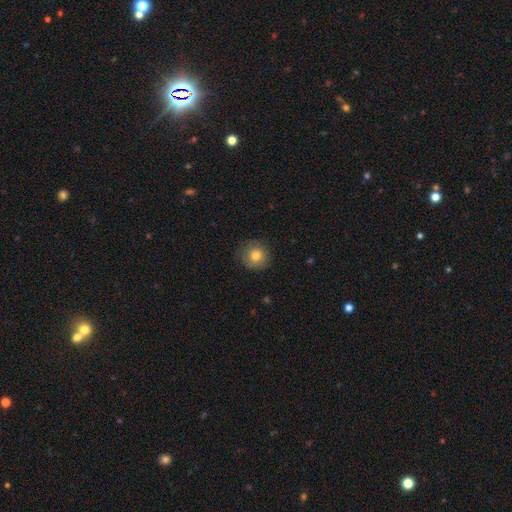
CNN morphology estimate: Overall: smooth (79%). How rounded: round (92%). Merging: none (84%).